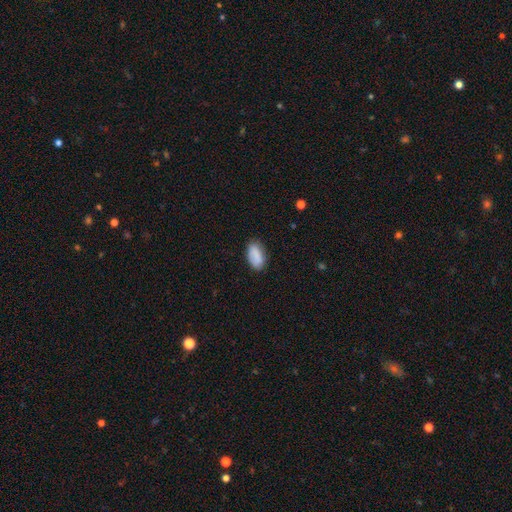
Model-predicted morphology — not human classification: Smooth or featured? Predicted: smooth (p=0.87). How rounded? Predicted: in between (p=0.94). Merging? Predicted: none (p=0.81).